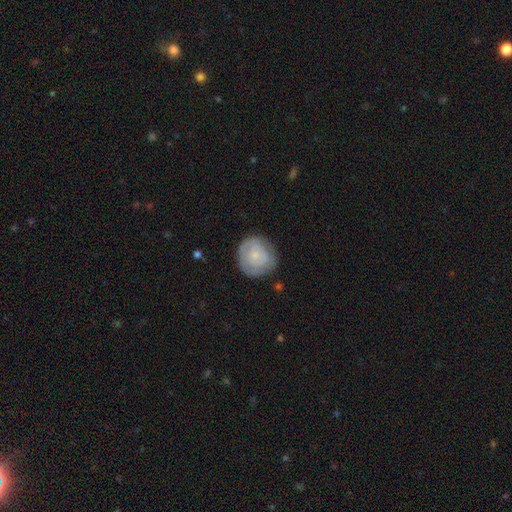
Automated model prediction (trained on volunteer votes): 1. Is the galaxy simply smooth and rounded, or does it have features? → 51% smooth, 43% featured or disk, 6% star or artifact.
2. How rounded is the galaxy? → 85% round, 14% in between, 1% cigar-shaped.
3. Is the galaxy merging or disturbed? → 73% none, 19% minor disturbance, 6% major disturbance, 1% merger.